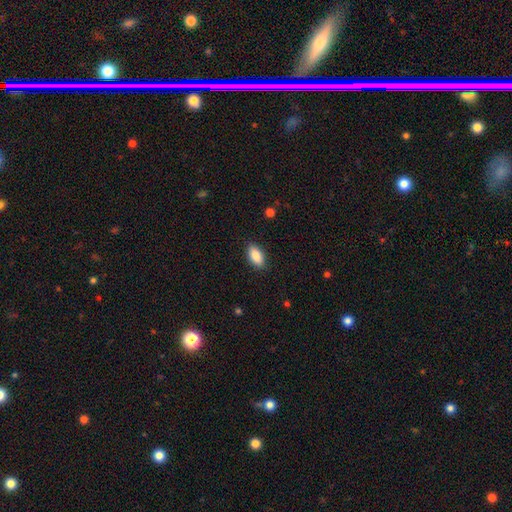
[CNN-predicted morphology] Smooth or featured? Predicted: smooth (p=0.87). How rounded? Predicted: in between (p=0.91). Merging? Predicted: none (p=0.88).